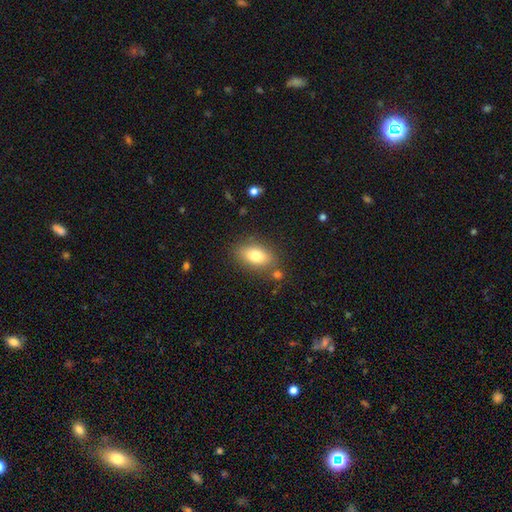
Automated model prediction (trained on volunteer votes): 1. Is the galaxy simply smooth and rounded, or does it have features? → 78% smooth, 14% featured or disk, 8% star or artifact.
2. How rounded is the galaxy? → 87% in between, 9% round, 5% cigar-shaped.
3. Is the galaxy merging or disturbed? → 78% none, 13% minor disturbance, 5% merger, 4% major disturbance.